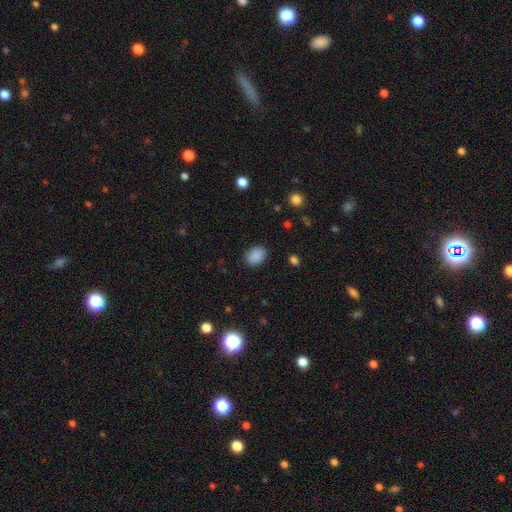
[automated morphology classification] Q: Smooth or featured?
A: smooth (88%); runner-up: star or artifact (9%)
Q: How rounded?
A: in between (61%); runner-up: round (38%)
Q: Merging?
A: none (86%); runner-up: minor disturbance (10%)